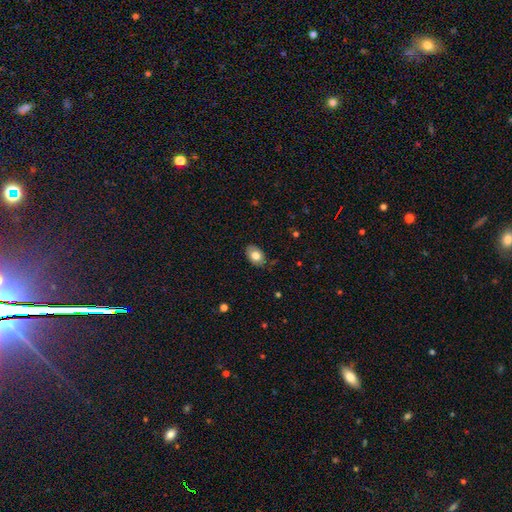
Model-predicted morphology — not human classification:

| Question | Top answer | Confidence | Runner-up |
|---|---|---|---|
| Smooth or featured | smooth | 78% | featured or disk (15%) |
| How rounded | in between | 86% | round (13%) |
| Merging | none | 81% | minor disturbance (16%) |